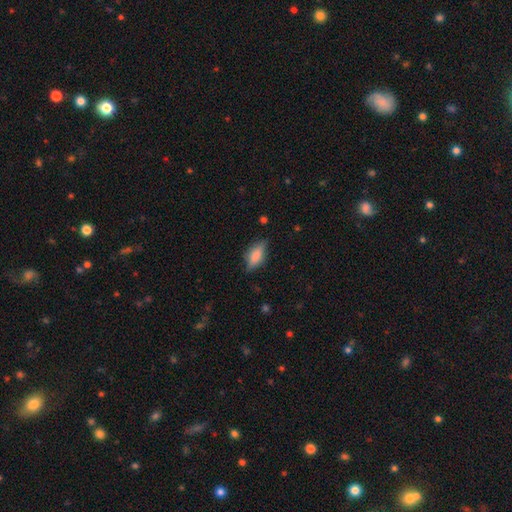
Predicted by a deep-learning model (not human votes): Smooth or featured?
  - smooth: 71% *
  - featured or disk: 21%
  - star or artifact: 8%
How rounded?
  - in between: 77% *
  - cigar-shaped: 20%
  - round: 3%
Merging?
  - none: 74% *
  - minor disturbance: 20%
  - major disturbance: 5%
  - merger: 1%